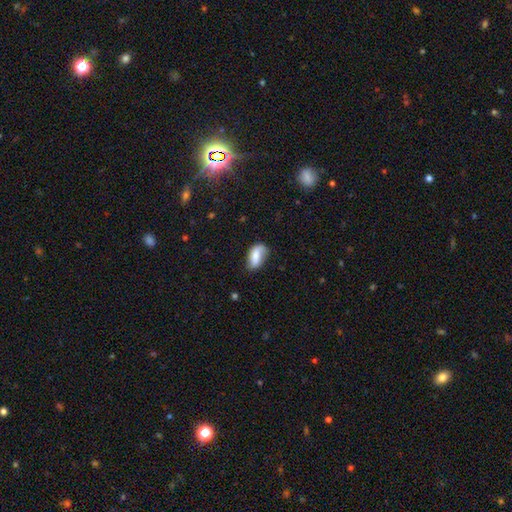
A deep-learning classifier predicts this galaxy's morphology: Smooth or featured?
  - smooth: 64% *
  - featured or disk: 28%
  - star or artifact: 8%
How rounded?
  - in between: 90% *
  - round: 6%
  - cigar-shaped: 4%
Merging?
  - none: 58% *
  - minor disturbance: 30%
  - major disturbance: 10%
  - merger: 3%